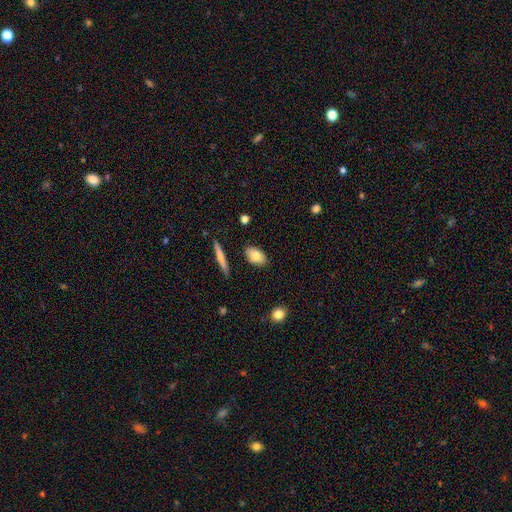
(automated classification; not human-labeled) The model was most divided on "smooth or featured": smooth: 80%, featured or disk: 13%, star or artifact: 7%. More confident: how rounded — in between (87%); merging — none (83%).